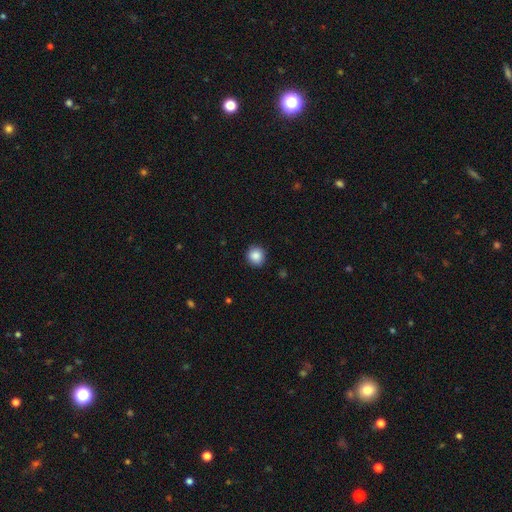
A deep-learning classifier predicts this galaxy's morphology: Q: Smooth or featured?
A: smooth (88%); runner-up: star or artifact (9%)
Q: How rounded?
A: round (89%); runner-up: in between (10%)
Q: Merging?
A: none (89%); runner-up: minor disturbance (8%)